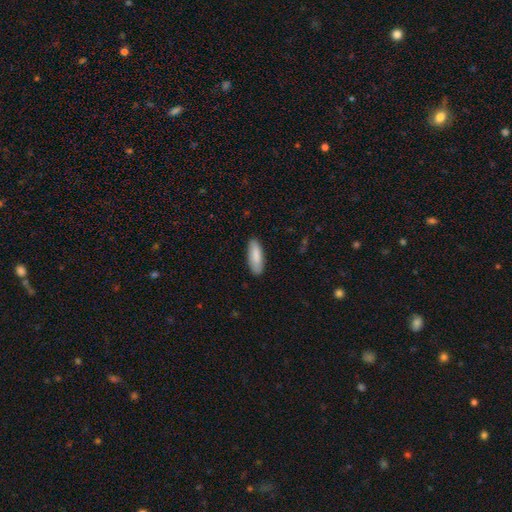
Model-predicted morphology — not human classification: A smooth galaxy with no disk features (87%) that is in between round and cigar-shaped (60%). Merging: none (88%).